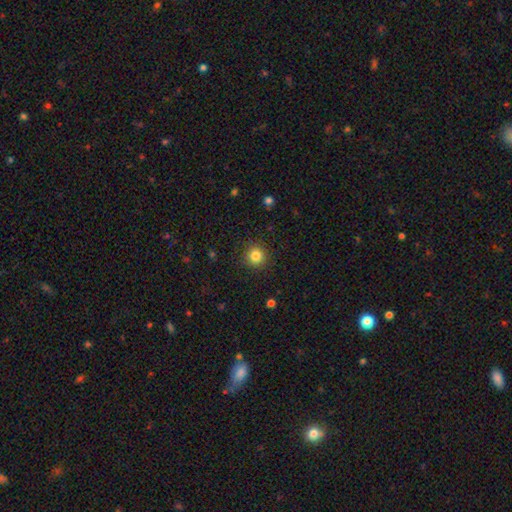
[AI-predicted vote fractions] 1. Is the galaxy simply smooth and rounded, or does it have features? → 84% smooth, 11% star or artifact, 5% featured or disk.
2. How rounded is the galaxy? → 93% round, 6% in between, 1% cigar-shaped.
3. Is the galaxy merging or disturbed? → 90% none, 6% minor disturbance, 2% major disturbance, 1% merger.